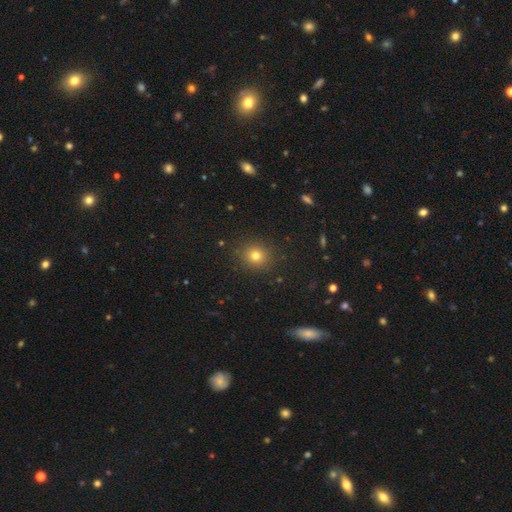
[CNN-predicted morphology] Overall: smooth (77%). How rounded: round (87%). Merging: none (90%).